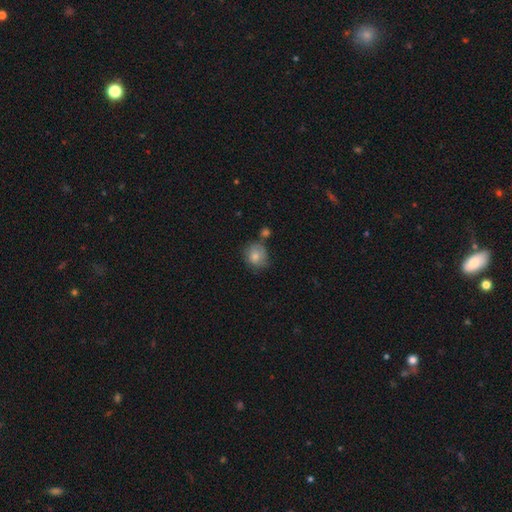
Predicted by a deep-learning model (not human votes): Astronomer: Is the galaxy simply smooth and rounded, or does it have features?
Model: smooth — 77%.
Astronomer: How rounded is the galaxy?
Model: round — 72%.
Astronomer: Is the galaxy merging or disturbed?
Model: none — 54%.